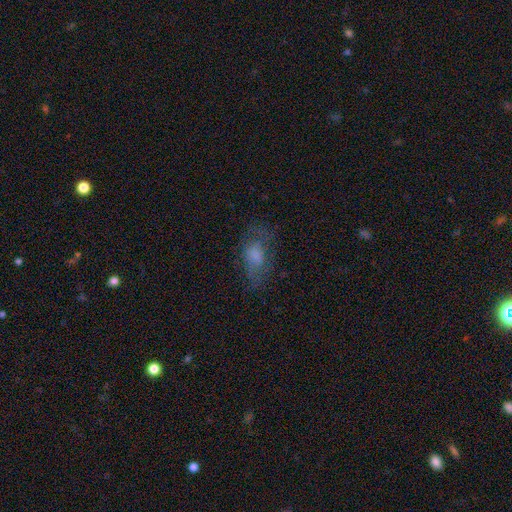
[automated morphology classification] A smooth galaxy with no disk features (52%) that is in between round and cigar-shaped (83%). Merging: none (58%).